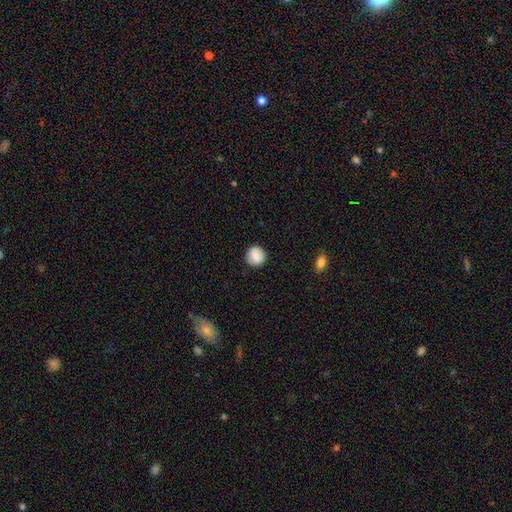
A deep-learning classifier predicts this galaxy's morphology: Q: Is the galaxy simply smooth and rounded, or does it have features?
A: smooth — 84%.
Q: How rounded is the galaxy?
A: round — 91%.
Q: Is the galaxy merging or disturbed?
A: none — 89%.